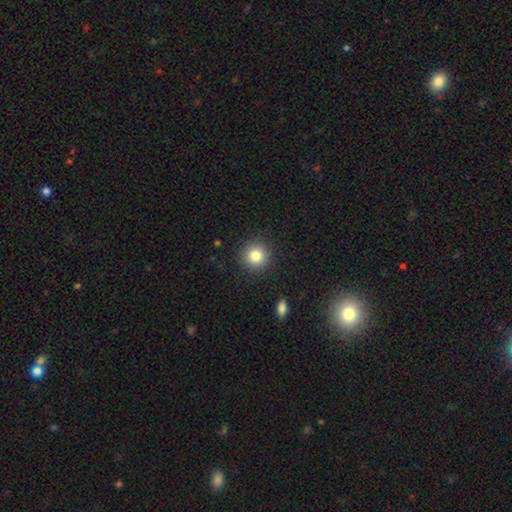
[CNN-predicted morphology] type=smooth (82%); roundness=round (94%); merging=none (91%).